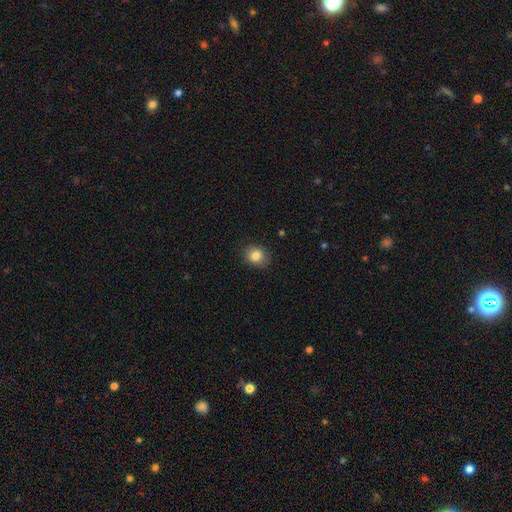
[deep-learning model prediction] A smooth galaxy with no disk features (84%) that is round (66%). Merging: none (87%).